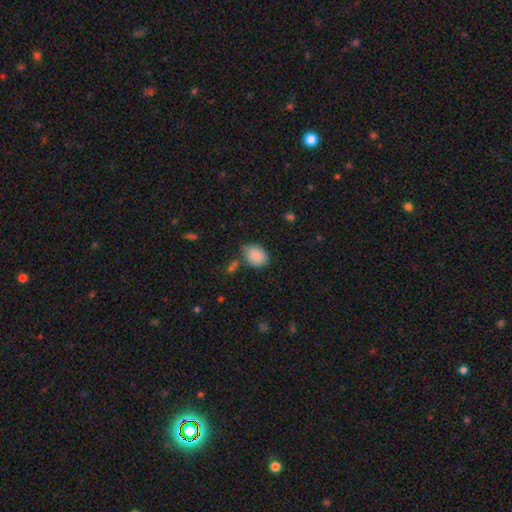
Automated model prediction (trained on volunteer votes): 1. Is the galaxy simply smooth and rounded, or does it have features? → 87% smooth, 7% star or artifact, 6% featured or disk.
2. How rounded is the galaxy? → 70% in between, 29% round, 1% cigar-shaped.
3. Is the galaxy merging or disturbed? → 74% none, 18% minor disturbance, 5% merger, 4% major disturbance.